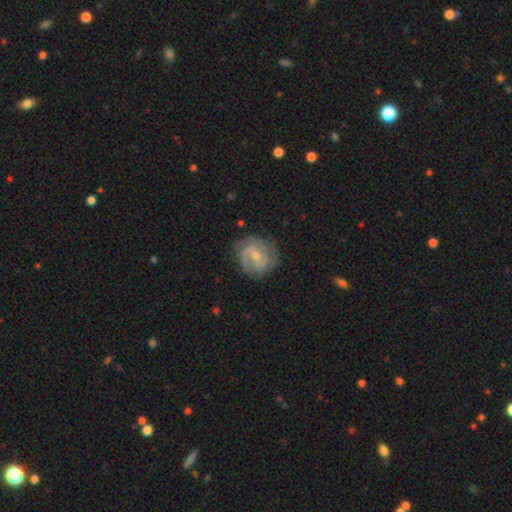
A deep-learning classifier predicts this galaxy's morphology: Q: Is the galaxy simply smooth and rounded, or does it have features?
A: featured or disk — 78%.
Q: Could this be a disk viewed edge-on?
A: no — 98%.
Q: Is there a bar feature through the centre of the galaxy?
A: no — 48%.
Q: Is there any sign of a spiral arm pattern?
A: yes — 93%.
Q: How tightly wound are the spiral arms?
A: tight — 46%.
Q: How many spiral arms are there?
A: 2 — 62%.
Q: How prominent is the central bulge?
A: moderate — 50%.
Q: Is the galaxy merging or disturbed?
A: none — 76%.